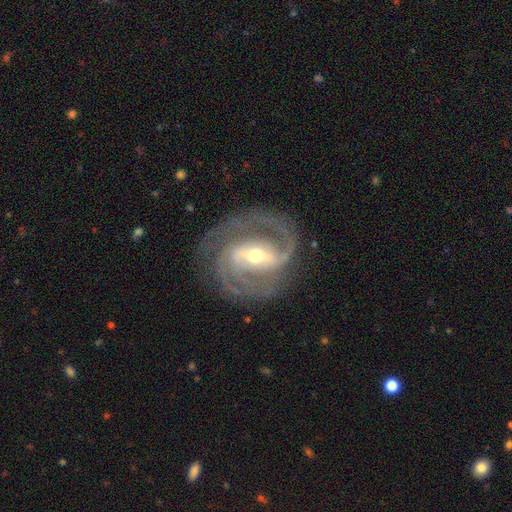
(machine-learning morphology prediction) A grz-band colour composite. It shows a featured or disk galaxy (92%) with a strong bar (56%), 2 (70%) tight (46%, tied with medium) spiral arms (98%) and a moderate central bulge (55%). Merging: none (79%).